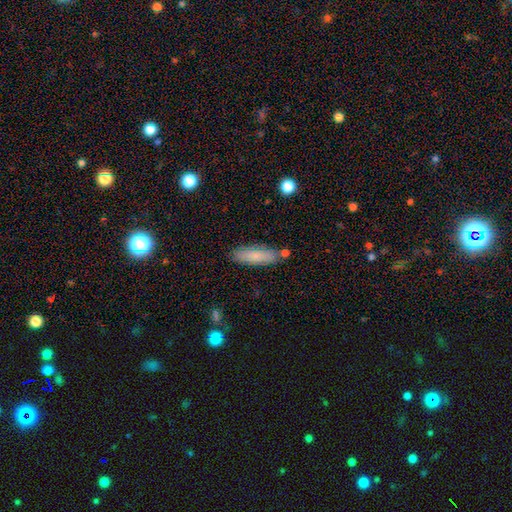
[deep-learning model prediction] This appears to be a smooth galaxy with no disk features (80%) that is cigar-shaped (58%). Merging: none (81%).